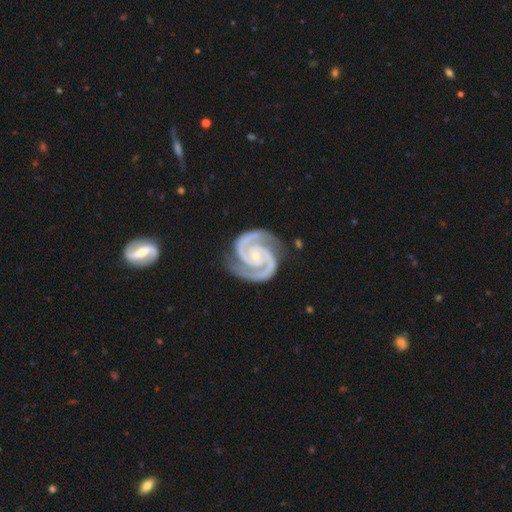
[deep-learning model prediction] This appears to be a featured or disk galaxy (95%) with no bar (62%), 2 (94%) tight (62%) spiral arms (99%) and a small central bulge (77%). Merging: none (82%).